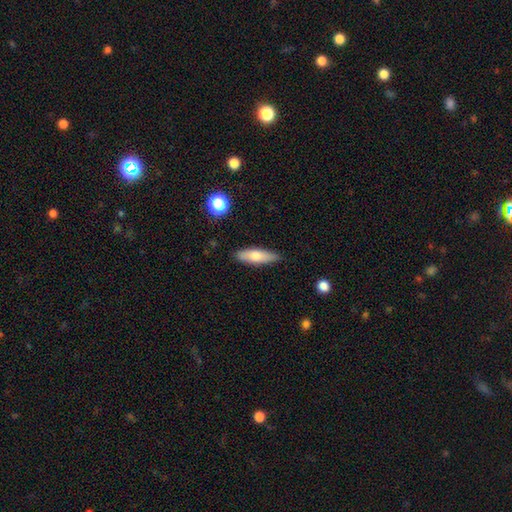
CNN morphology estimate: This is likely a smooth galaxy (67%). How rounded: possibly cigar-shaped (53%). Merging: clearly none (86%).